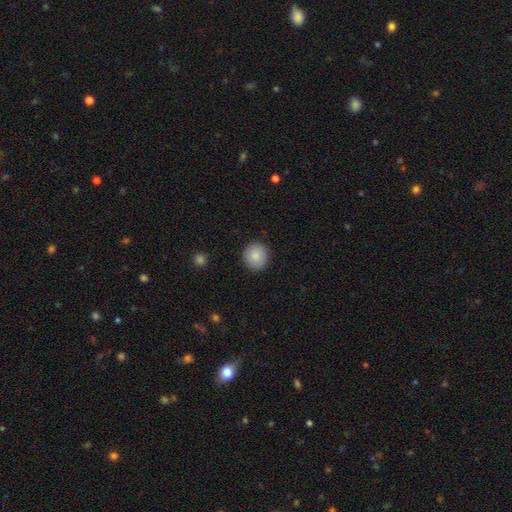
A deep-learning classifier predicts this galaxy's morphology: This appears to be a smooth galaxy with no disk features (88%) that is round (90%). Merging: none (91%).